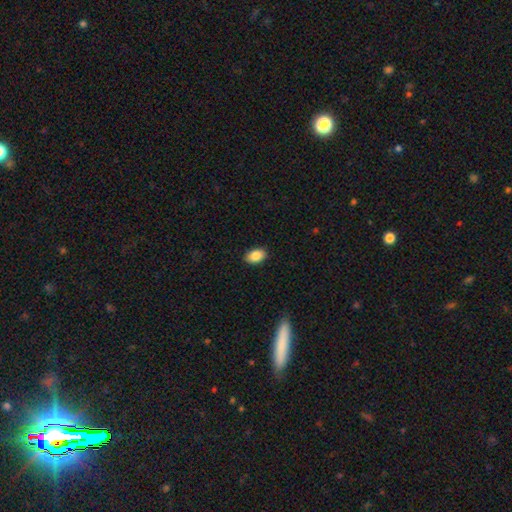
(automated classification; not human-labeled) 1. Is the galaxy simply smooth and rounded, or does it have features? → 87% smooth, 7% star or artifact, 5% featured or disk.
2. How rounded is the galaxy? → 87% in between, 11% round, 1% cigar-shaped.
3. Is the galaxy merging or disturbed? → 89% none, 8% minor disturbance, 2% major disturbance, 1% merger.